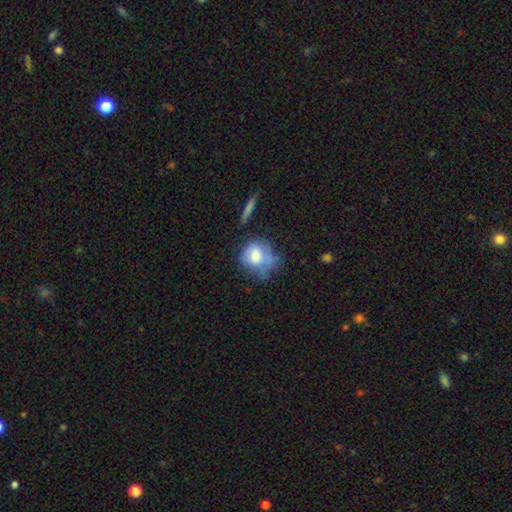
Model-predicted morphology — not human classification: smooth 66%, featured or disk 24%, star or artifact 9%. Down the decision tree: how rounded — round (68%); merging — none (38%).